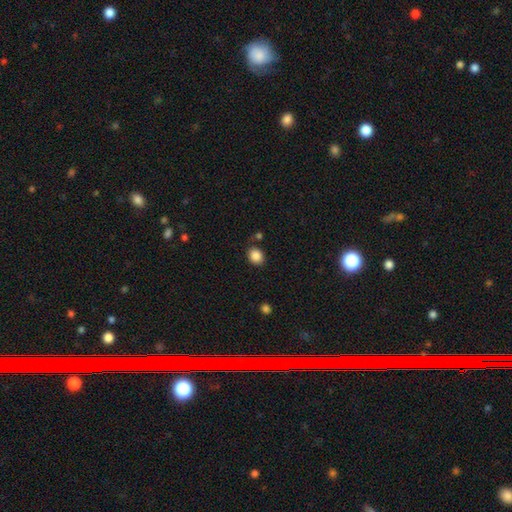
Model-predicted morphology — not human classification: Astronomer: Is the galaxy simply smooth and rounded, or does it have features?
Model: smooth — 87%.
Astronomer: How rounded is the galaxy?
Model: round — 58% (runner-up: in between, 41%).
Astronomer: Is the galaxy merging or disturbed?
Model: none — 80%.